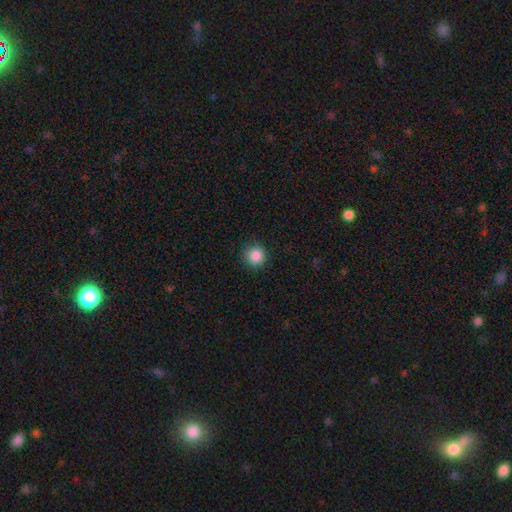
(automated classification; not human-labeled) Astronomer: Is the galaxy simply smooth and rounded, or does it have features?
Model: smooth — 87%.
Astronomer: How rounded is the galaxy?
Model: round — 94%.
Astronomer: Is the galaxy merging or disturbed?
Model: none — 86%.